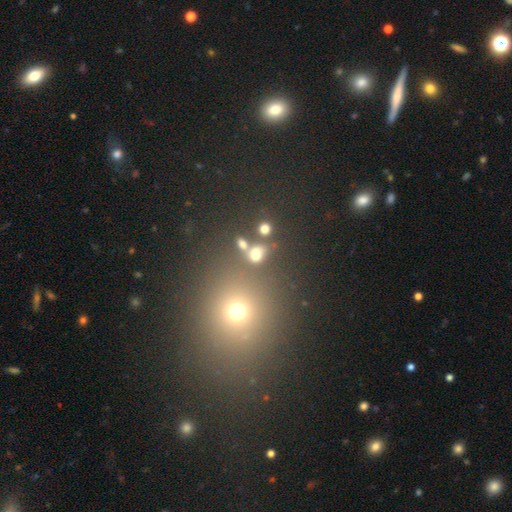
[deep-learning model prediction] smooth_or_featured: smooth (p=0.67) [alt: star or artifact p=0.22]
how_rounded: in between (p=0.53) [alt: round p=0.44]
merging: none (p=0.57) [alt: merger p=0.24]